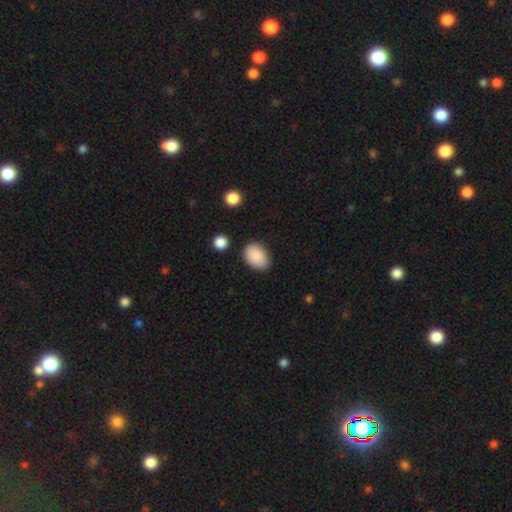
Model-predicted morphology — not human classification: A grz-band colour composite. It shows a smooth galaxy with no disk features (89%) that is in between round and cigar-shaped (85%). Merging: none (77%).